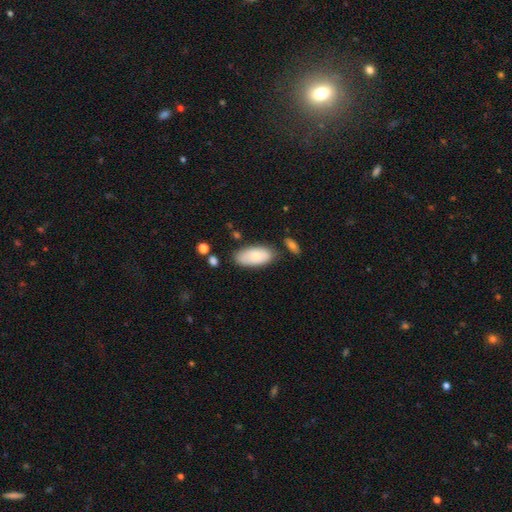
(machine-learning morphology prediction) smooth_or_featured: smooth (p=0.77) [alt: featured or disk p=0.17]
how_rounded: in between (p=0.90) [alt: cigar-shaped p=0.08]
merging: none (p=0.73) [alt: minor disturbance p=0.18]